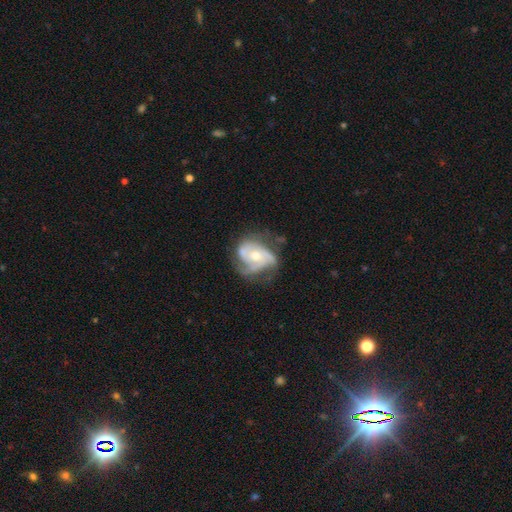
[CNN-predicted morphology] The model was most divided on "spiral winding": medium: 43%, tight: 39%, loose: 18%. Remaining: edge-on disk — no (98%); spiral arms — yes (91%); smooth or featured — featured or disk (81%); bar — no (73%); bulge size — moderate (57%); merging — none (49%); spiral arm count — 3 (48%).